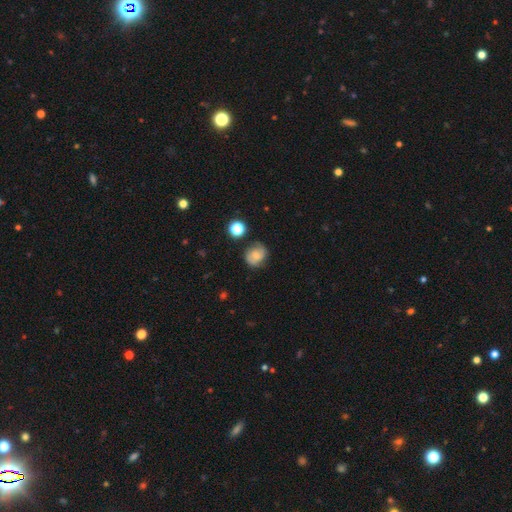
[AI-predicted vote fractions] Overall: smooth (54%; featured or disk 35%). How rounded: round (62%; in between 37%). Merging: none (71%).